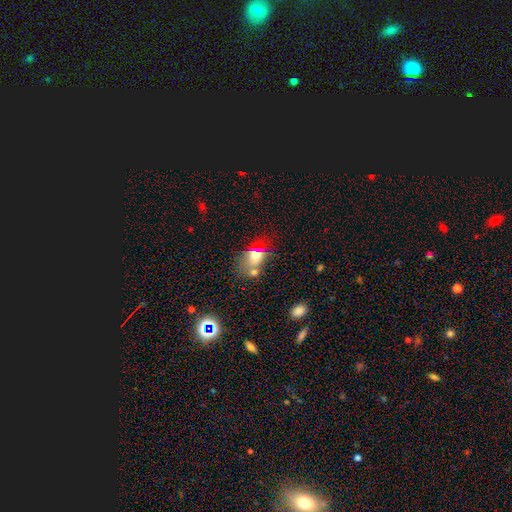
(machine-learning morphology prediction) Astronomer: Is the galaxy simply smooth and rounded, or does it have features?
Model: smooth — 66%.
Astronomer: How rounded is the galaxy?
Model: in between — 66%.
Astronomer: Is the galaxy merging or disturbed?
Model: none — 37% (runner-up: merger, 31%).